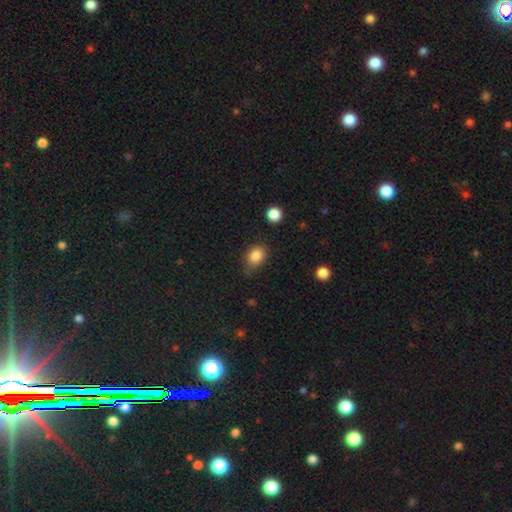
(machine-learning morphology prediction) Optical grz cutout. It shows a smooth galaxy with no disk features (86%) that is in between round and cigar-shaped (66%). Merging: none (70%).